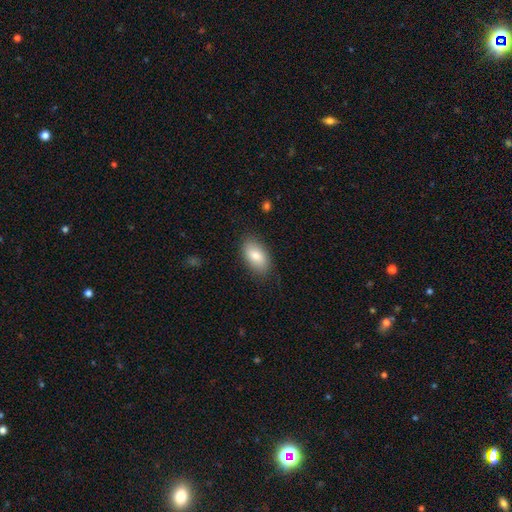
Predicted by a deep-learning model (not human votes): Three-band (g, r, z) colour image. It shows a smooth galaxy with no disk features (81%) that is in between round and cigar-shaped (93%). Merging: none (84%).